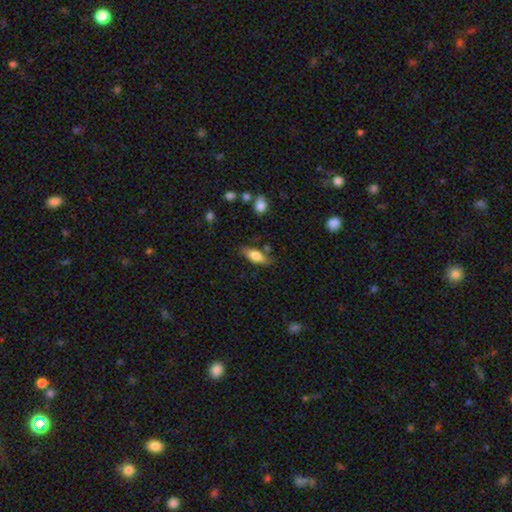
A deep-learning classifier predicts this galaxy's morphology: smooth-or-featured: smooth: 70% | featured or disk: 23% | star or artifact: 7%
  how-rounded: in between: 71% | cigar-shaped: 26% | round: 3%
  merging: none: 74% | minor disturbance: 17% | merger: 5% | major disturbance: 4%